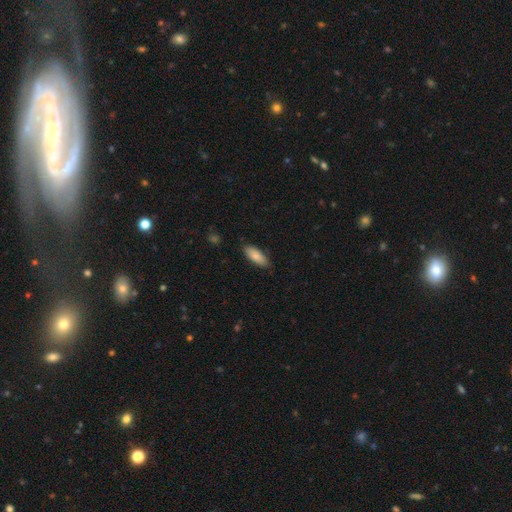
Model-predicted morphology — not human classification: Smooth or featured? Predicted: smooth (p=0.84). How rounded? Predicted: in between (p=0.75). Merging? Predicted: none (p=0.84).